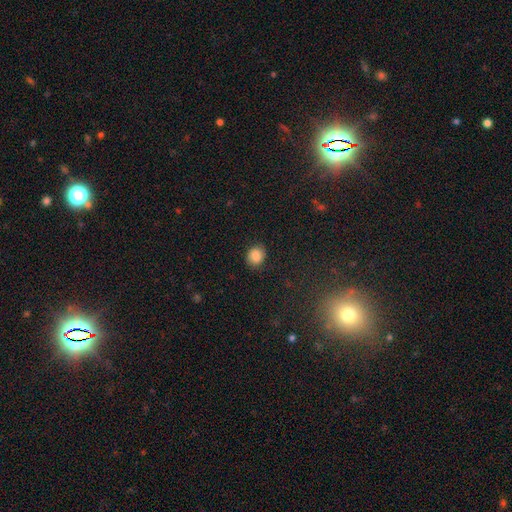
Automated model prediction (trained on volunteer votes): Smooth or featured? Predicted: smooth (p=0.85). How rounded? Predicted: round (p=0.68). Merging? Predicted: none (p=0.84).